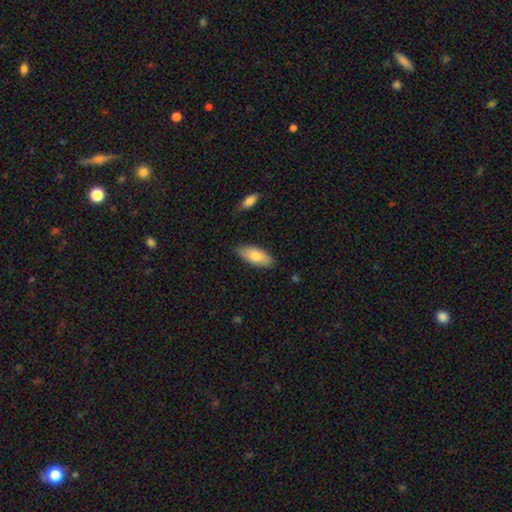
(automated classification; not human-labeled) smooth_or_featured: smooth (p=0.78) [alt: featured or disk p=0.16]
how_rounded: in between (p=0.84) [alt: cigar-shaped p=0.14]
merging: none (p=0.81) [alt: minor disturbance p=0.15]